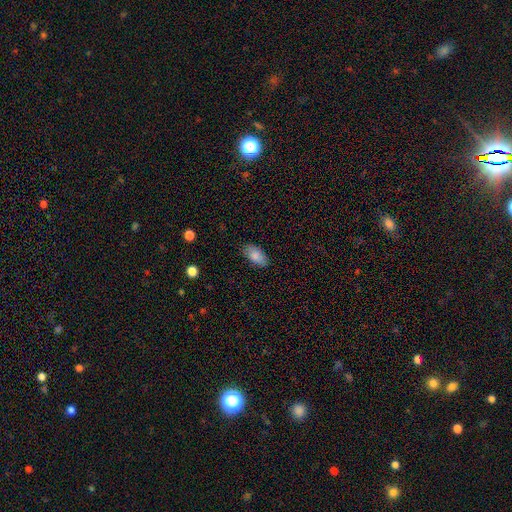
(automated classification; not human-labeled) smooth-or-featured: smooth: 85% | featured or disk: 8% | star or artifact: 7%
  how-rounded: in between: 93% | cigar-shaped: 4% | round: 3%
  merging: none: 84% | minor disturbance: 12% | major disturbance: 3% | merger: 1%